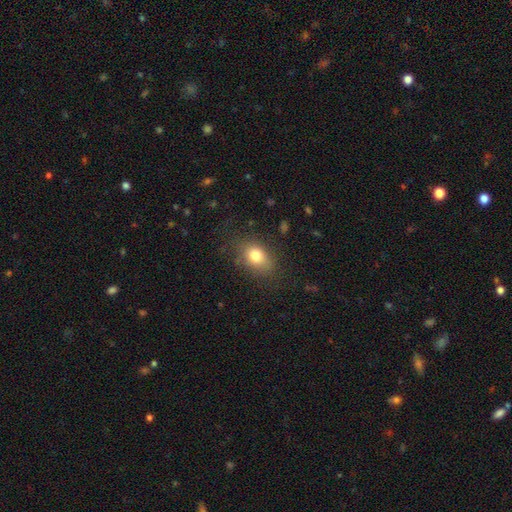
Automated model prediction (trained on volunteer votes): smooth-or-featured: smooth: 78% | featured or disk: 11% | star or artifact: 11%
  how-rounded: in between: 70% | round: 28% | cigar-shaped: 2%
  merging: none: 76% | minor disturbance: 16% | major disturbance: 7% | merger: 1%